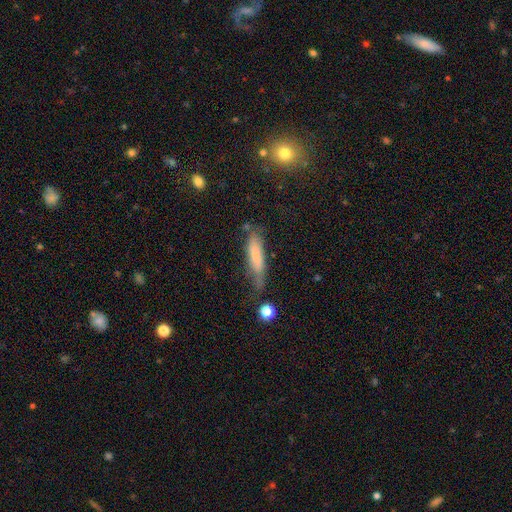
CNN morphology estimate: smooth-or-featured: smooth: 72% | featured or disk: 19% | star or artifact: 9%
  how-rounded: cigar-shaped: 74% | in between: 24% | round: 2%
  merging: none: 45% | minor disturbance: 34% | major disturbance: 15% | merger: 6%